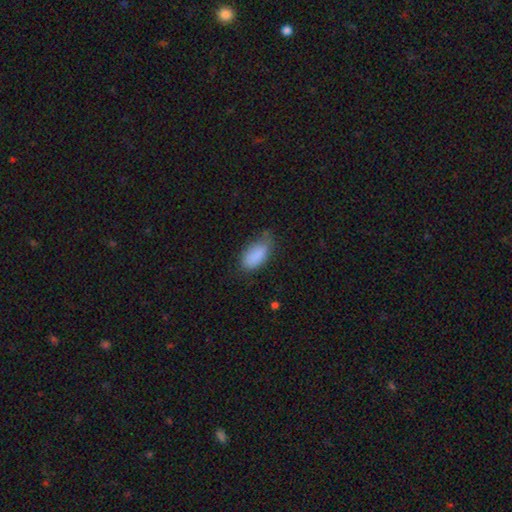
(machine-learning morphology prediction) smooth-or-featured: smooth: 86% | star or artifact: 7% | featured or disk: 7%
  how-rounded: in between: 92% | cigar-shaped: 5% | round: 3%
  merging: none: 47% | minor disturbance: 38% | major disturbance: 12% | merger: 2%